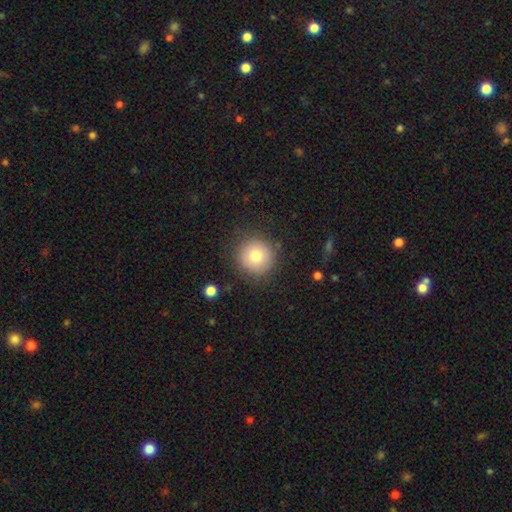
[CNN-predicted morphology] This is likely a smooth galaxy (79%). How rounded: clearly round (94%). Merging: clearly none (86%).